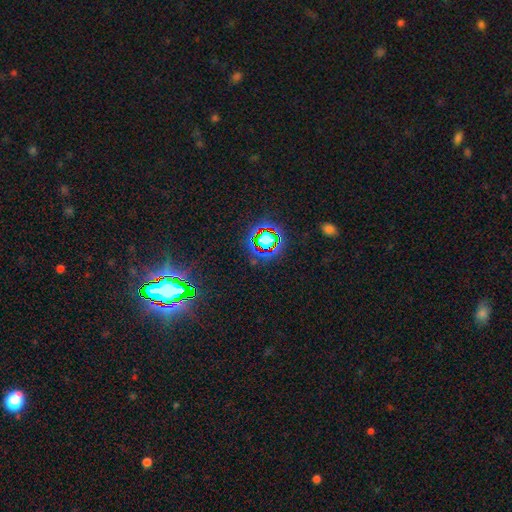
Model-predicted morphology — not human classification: type=star or artifact (81%).